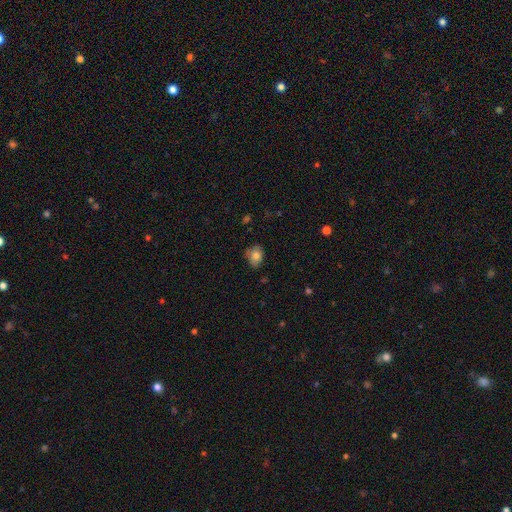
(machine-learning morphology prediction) Smooth or featured? smooth (76%)
How rounded? in between (55%)
Merging? none (65%)